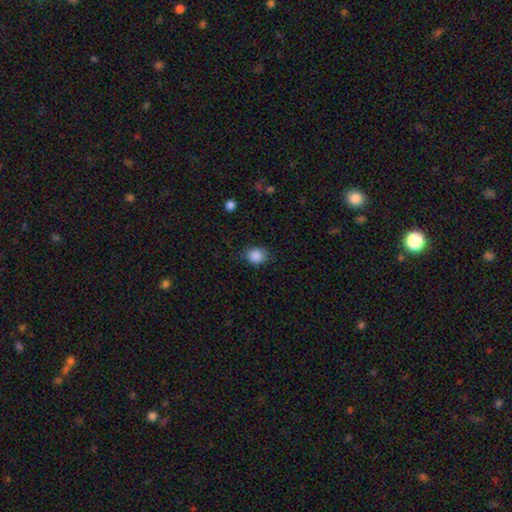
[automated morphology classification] This is clearly a smooth galaxy (87%). How rounded: likely round (68%). Merging: likely none (80%).